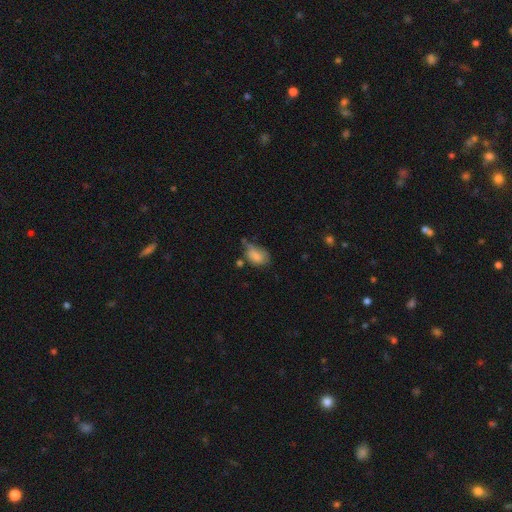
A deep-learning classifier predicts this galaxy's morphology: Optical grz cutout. It shows a smooth galaxy with no disk features (75%) that is in between round and cigar-shaped (82%). Merging: minor disturbance (37%).